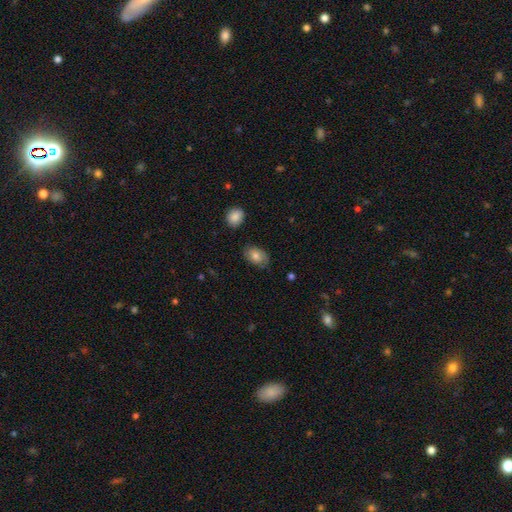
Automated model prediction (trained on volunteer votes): Overall: smooth (67%). How rounded: in between (86%). Merging: none (70%).